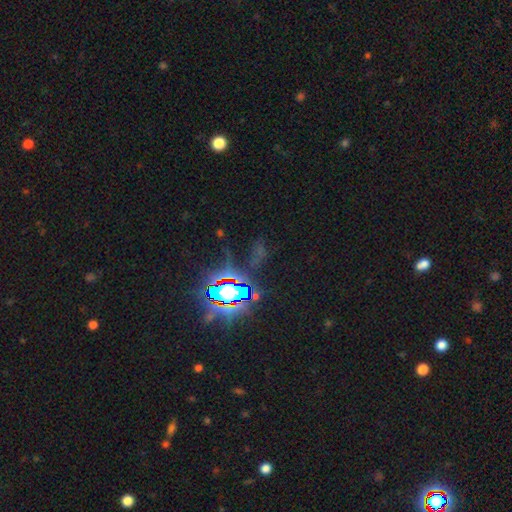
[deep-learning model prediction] Morphology: type=star or artifact (80%).